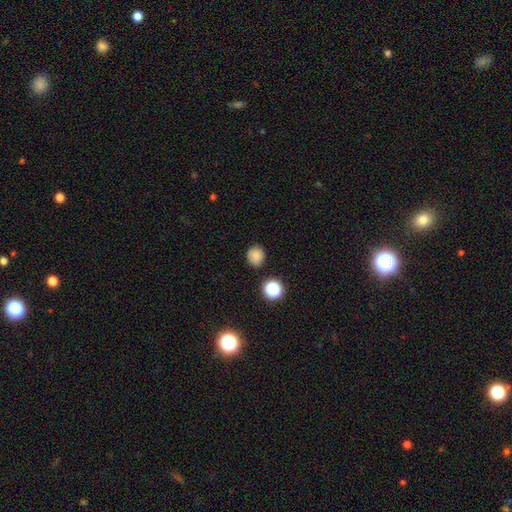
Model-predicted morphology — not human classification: Smooth or featured? Predicted: smooth (p=0.82). How rounded? Predicted: round (p=0.84). Merging? Predicted: none (p=0.86).